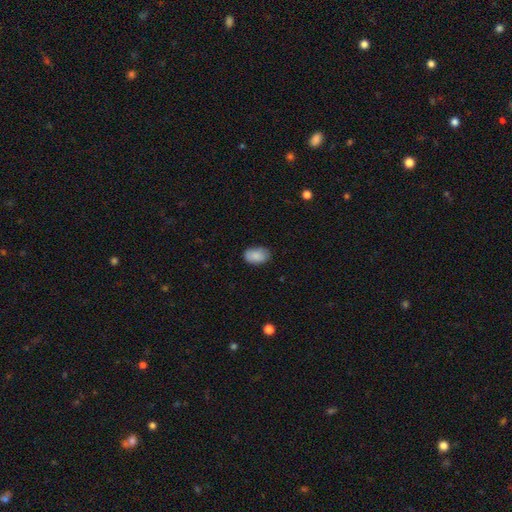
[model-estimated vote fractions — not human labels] This is clearly a smooth galaxy (87%). How rounded: clearly in between (90%). Merging: clearly none (81%).